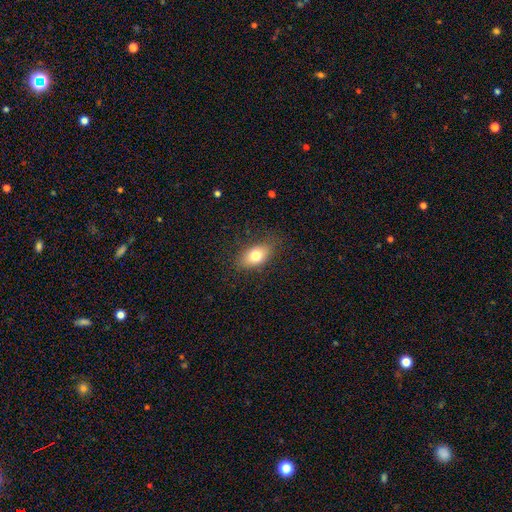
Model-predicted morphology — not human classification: This appears to be a smooth galaxy with no disk features (77%) that is in between round and cigar-shaped (87%). Merging: none (80%).